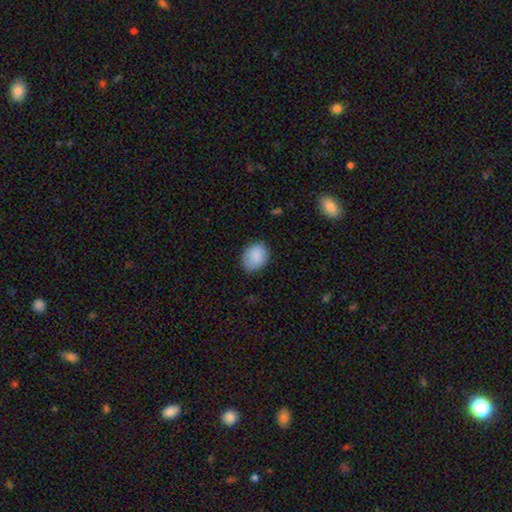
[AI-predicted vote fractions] smooth 88%, star or artifact 7%, featured or disk 5%. Down the decision tree: how rounded — in between (57%); merging — none (80%).